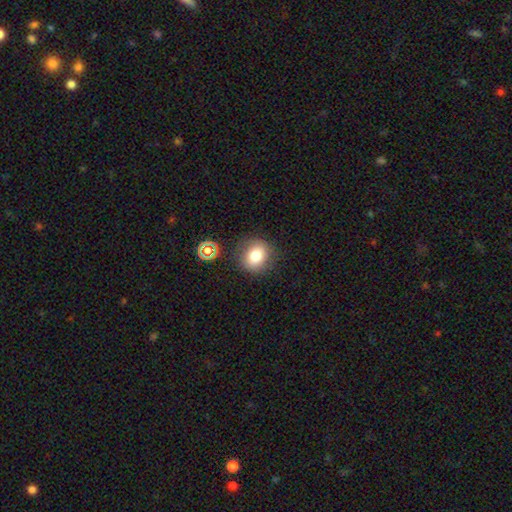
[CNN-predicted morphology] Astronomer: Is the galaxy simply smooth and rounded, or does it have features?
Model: smooth — 78%.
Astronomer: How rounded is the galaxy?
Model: round — 75%.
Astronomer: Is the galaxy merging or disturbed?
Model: none — 80%.